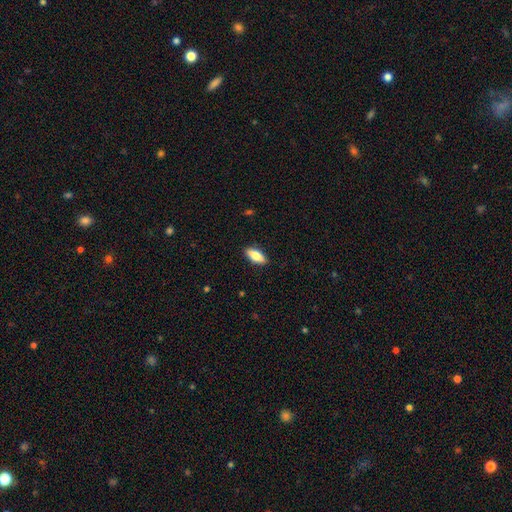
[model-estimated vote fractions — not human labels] Smooth or featured? Predicted: smooth (p=0.77). How rounded? Predicted: in between (p=0.79). Merging? Predicted: none (p=0.88).